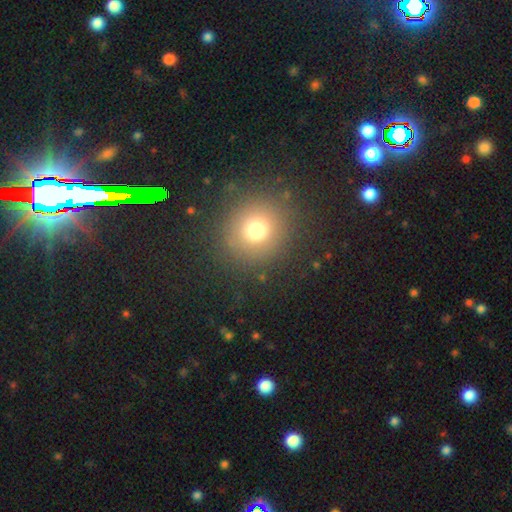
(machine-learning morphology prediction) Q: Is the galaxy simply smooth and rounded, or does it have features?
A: smooth — 51%.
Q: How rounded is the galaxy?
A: round — 90%.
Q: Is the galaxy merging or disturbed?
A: none — 89%.